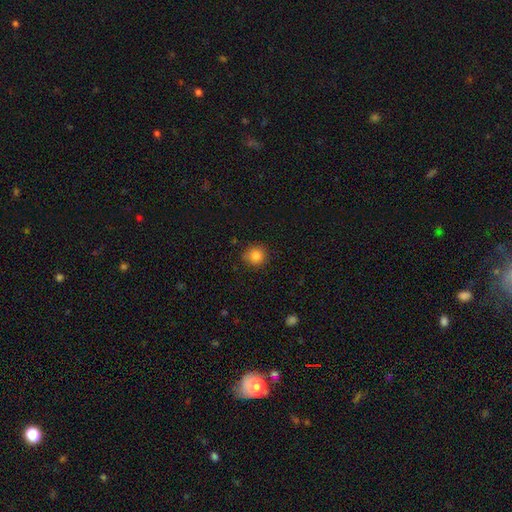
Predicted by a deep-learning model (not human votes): A smooth galaxy with no disk features (83%) that is round (89%). Merging: none (84%).